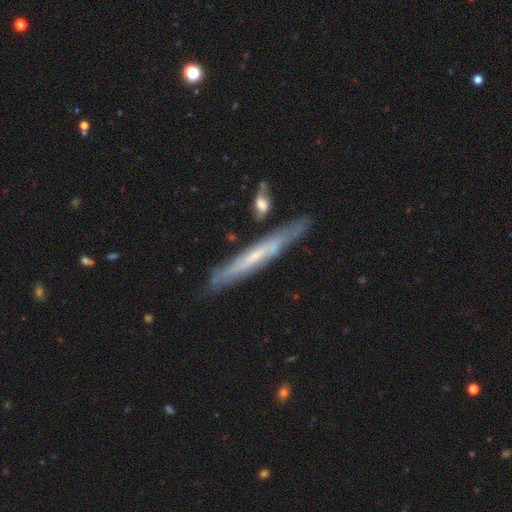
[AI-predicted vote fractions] This is likely a featured or disk galaxy (65%). It is likely viewed edge-on (80%). Edge-on bulge: likely none (68%). Merging: likely none (77%).